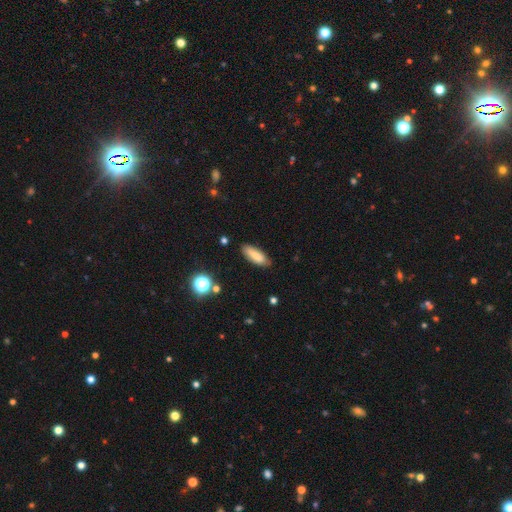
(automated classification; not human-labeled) smooth_or_featured: smooth (p=0.81) [alt: featured or disk p=0.11]
how_rounded: in between (p=0.63) [alt: cigar-shaped p=0.35]
merging: none (p=0.83) [alt: minor disturbance p=0.13]